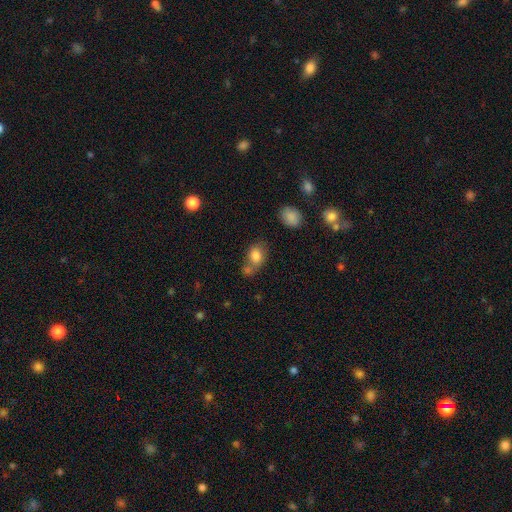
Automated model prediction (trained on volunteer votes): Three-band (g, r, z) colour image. It shows a smooth galaxy with no disk features (80%) that is in between round and cigar-shaped (67%). Merging: none (43%).